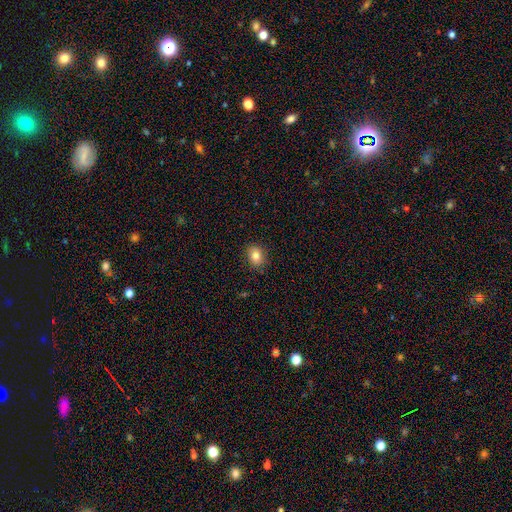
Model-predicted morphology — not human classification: type=smooth (83%); roundness=in between (56%); merging=none (88%).